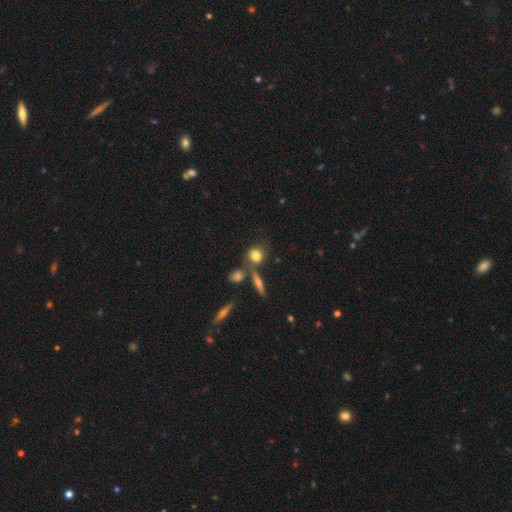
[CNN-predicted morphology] Overall: smooth (76%). How rounded: round (71%). Merging: none (56%; merger 25%).